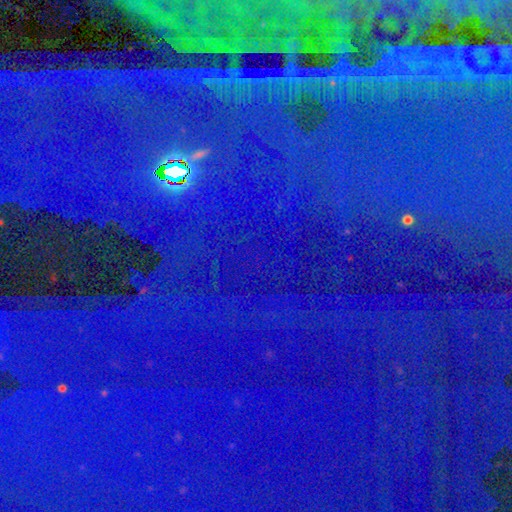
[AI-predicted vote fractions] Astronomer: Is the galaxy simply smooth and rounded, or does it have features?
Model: star or artifact — 84%.